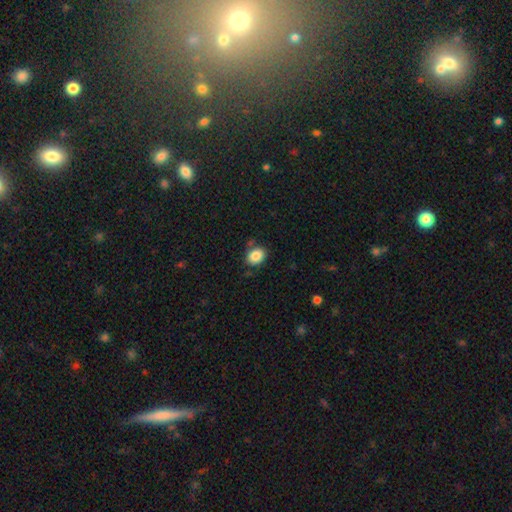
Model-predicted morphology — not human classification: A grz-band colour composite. It shows a smooth galaxy with no disk features (86%) that is in between round and cigar-shaped (58%). Merging: none (74%).